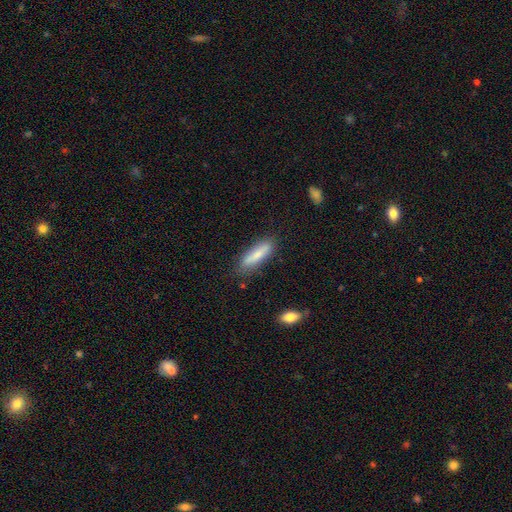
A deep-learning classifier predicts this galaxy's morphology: Smooth or featured? Predicted: smooth (p=0.79). How rounded? Predicted: cigar-shaped (p=0.66). Merging? Predicted: none (p=0.80).